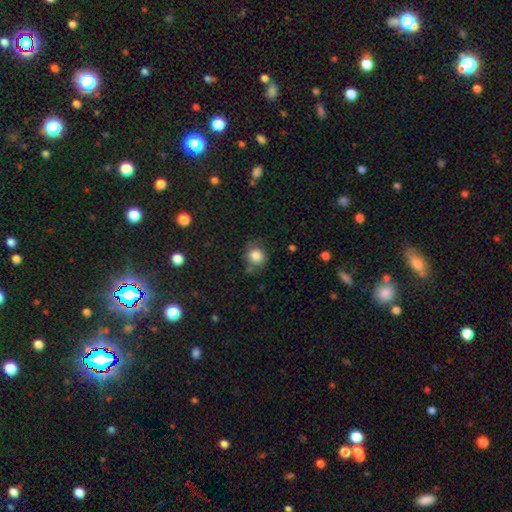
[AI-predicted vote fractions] A smooth galaxy with no disk features (84%) that is round (85%).

Vote fractions:
- Smooth or featured? smooth: 84% / star or artifact: 10% / featured or disk: 6%
- How rounded? round: 85% / in between: 14% / cigar-shaped: 1%
- Merging? none: 70% / minor disturbance: 19% / major disturbance: 6% / merger: 5%